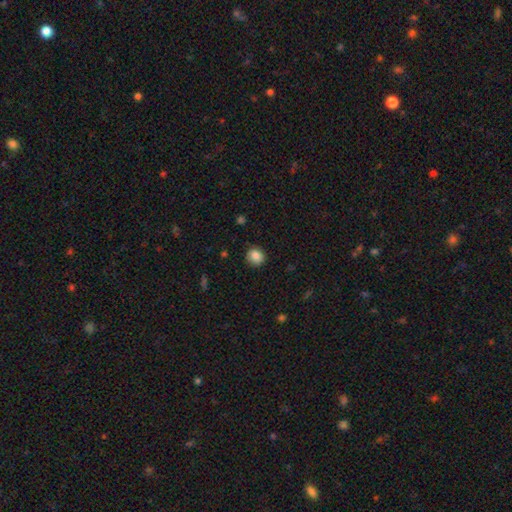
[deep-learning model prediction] Smooth or featured?
  - smooth: 85% *
  - star or artifact: 9%
  - featured or disk: 6%
How rounded?
  - round: 86% *
  - in between: 13%
  - cigar-shaped: 1%
Merging?
  - none: 88% *
  - minor disturbance: 9%
  - major disturbance: 2%
  - merger: 1%